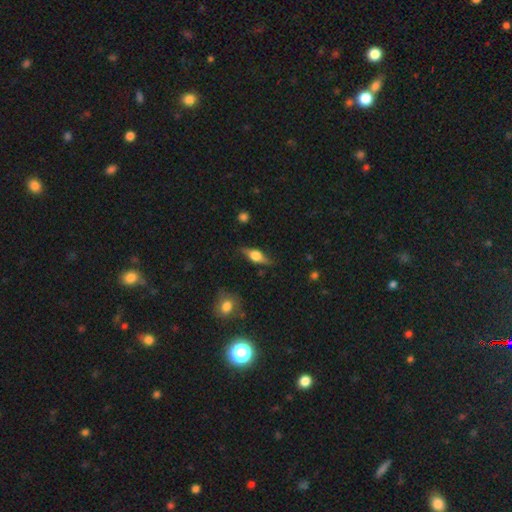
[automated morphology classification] A featured or disk galaxy (58%) viewed edge-on (89%) with a rounded central bulge (91%).

Vote fractions:
- Smooth or featured? featured or disk: 58% / smooth: 35% / star or artifact: 7%
- Edge-on disk? yes: 89% / no: 11%
- Edge-on bulge? rounded: 91% / boxy: 7% / none: 2%
- Merging? none: 80% / minor disturbance: 14% / major disturbance: 4% / merger: 2%